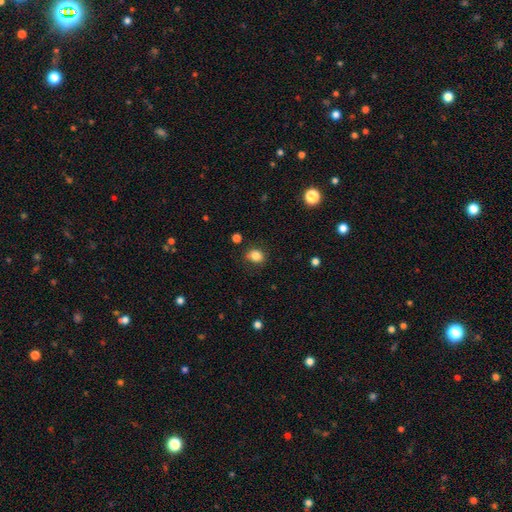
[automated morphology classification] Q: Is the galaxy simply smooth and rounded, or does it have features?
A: smooth — 83%.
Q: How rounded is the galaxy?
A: round — 57%.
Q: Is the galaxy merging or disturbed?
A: none — 79%.